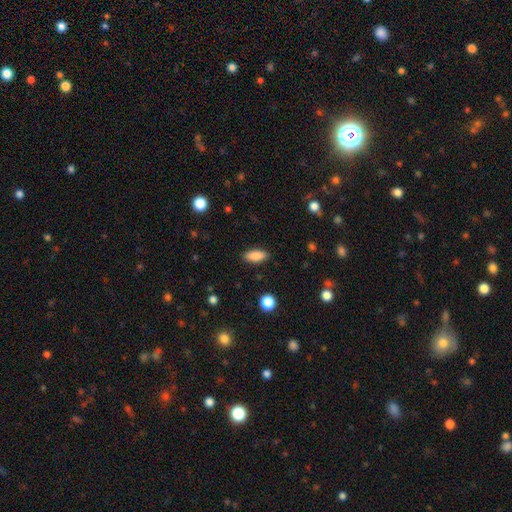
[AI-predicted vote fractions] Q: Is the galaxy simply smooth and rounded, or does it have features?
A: smooth — 87%.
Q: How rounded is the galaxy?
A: in between — 82%.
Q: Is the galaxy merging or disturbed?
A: none — 88%.